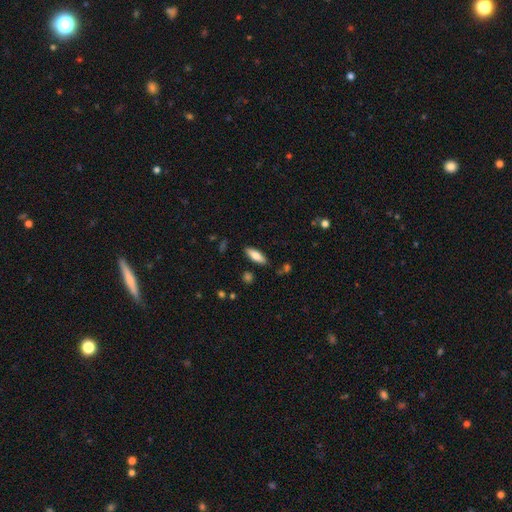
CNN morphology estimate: smooth 74%, featured or disk 19%, star or artifact 6%. Down the decision tree: how rounded — in between (62%); merging — none (86%).